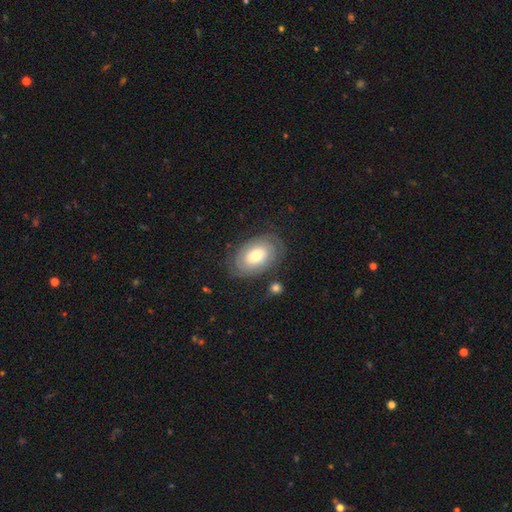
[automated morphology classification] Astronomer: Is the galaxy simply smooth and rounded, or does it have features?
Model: featured or disk — 65%.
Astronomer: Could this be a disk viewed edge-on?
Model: no — 95%.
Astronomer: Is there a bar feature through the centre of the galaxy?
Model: no — 70%.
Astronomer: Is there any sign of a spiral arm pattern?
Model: yes — 83%.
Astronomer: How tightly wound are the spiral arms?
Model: tight — 76%.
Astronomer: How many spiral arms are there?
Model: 2 — 45% (runner-up: can't tell, 37%).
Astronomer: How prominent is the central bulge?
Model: moderate — 63%.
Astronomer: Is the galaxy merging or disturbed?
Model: none — 76%.